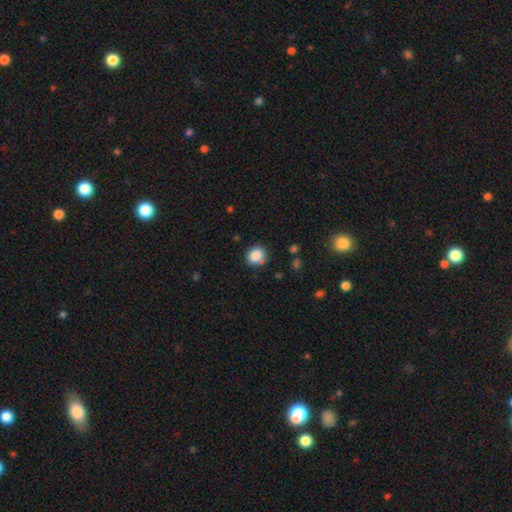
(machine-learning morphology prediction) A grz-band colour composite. It shows a smooth galaxy with no disk features (86%) that is round (76%). Merging: none (76%).